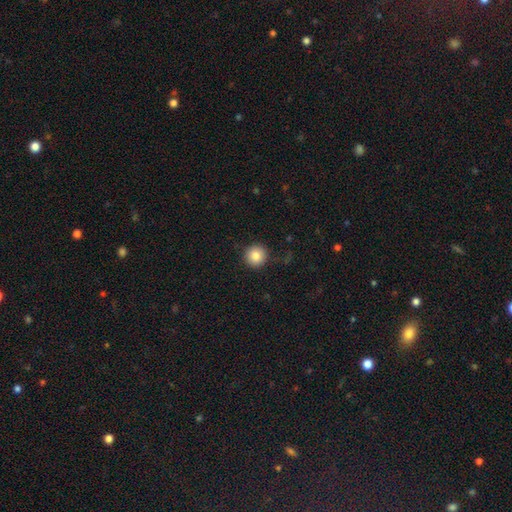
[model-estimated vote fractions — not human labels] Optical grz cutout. It shows a smooth galaxy with no disk features (83%) that is round (95%). Merging: none (89%).